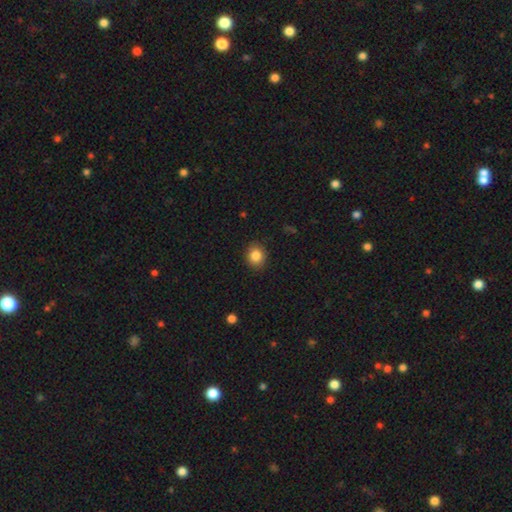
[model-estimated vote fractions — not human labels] The model was most divided on "how rounded": round: 69%, in between: 30%, cigar-shaped: 1%. More confident: merging — none (89%); smooth or featured — smooth (85%).